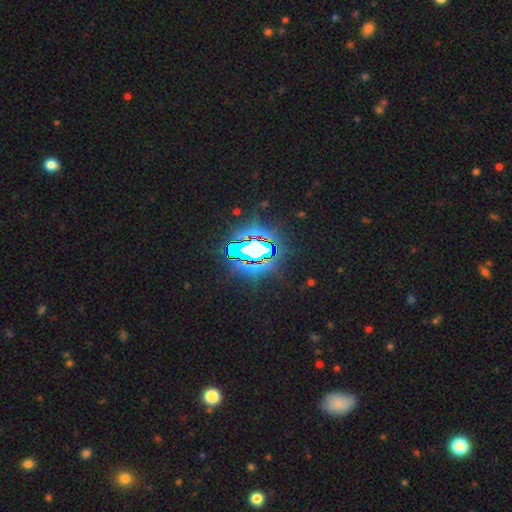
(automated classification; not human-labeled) Morphology: type=star or artifact (84%).